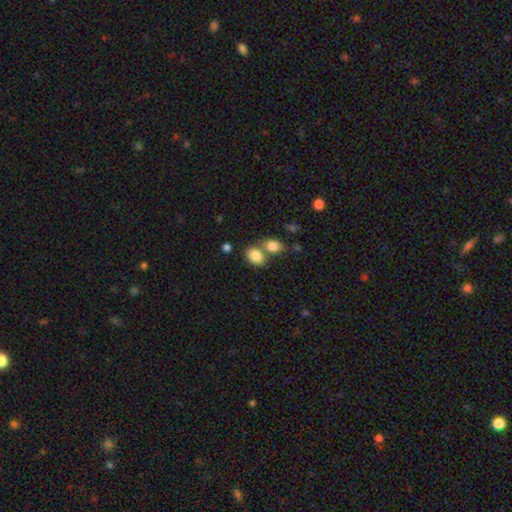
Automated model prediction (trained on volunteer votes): Morphology: type=smooth (84%); roundness=in between (66%); merging=none (46%).